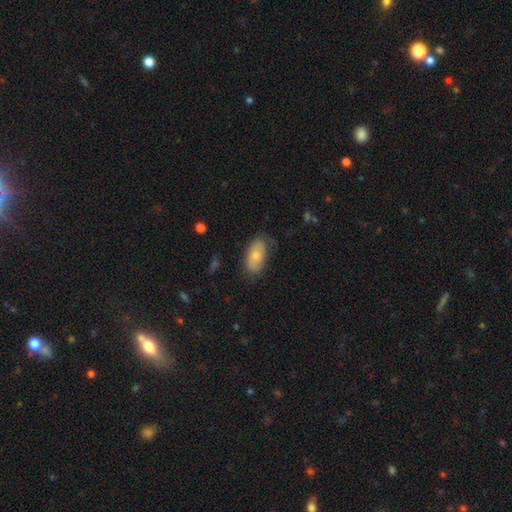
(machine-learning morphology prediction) A smooth galaxy with no disk features (71%) that is in between round and cigar-shaped (92%).

Vote fractions:
- Smooth or featured? smooth: 71% / featured or disk: 22% / star or artifact: 6%
- How rounded? in between: 92% / cigar-shaped: 4% / round: 4%
- Merging? none: 68% / minor disturbance: 24% / major disturbance: 7% / merger: 2%